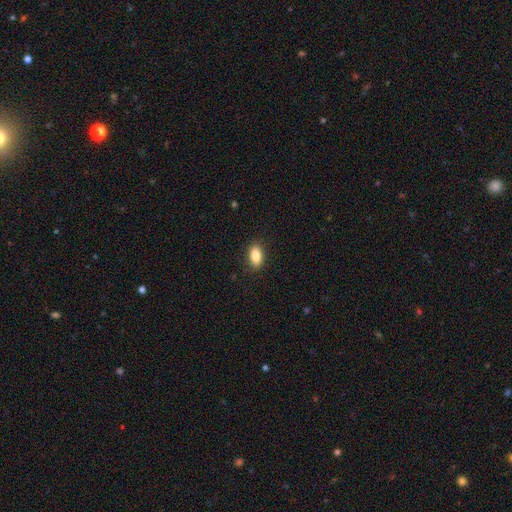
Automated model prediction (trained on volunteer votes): smooth_or_featured: smooth (p=0.85) [alt: star or artifact p=0.08]
how_rounded: in between (p=0.89) [alt: round p=0.06]
merging: none (p=0.88) [alt: minor disturbance p=0.09]